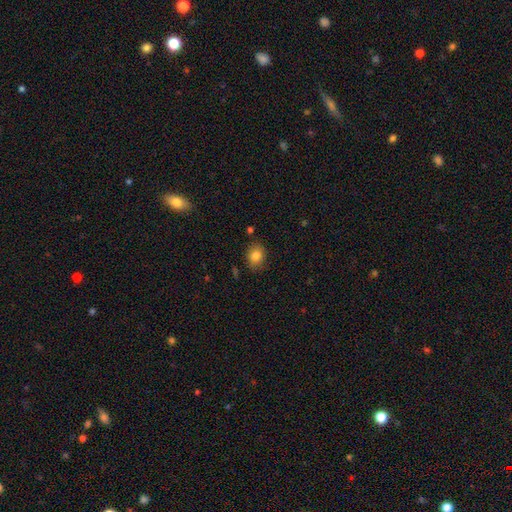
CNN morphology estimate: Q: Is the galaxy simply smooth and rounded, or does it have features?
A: smooth — 83%.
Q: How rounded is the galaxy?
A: in between — 53%.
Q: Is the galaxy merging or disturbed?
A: none — 83%.